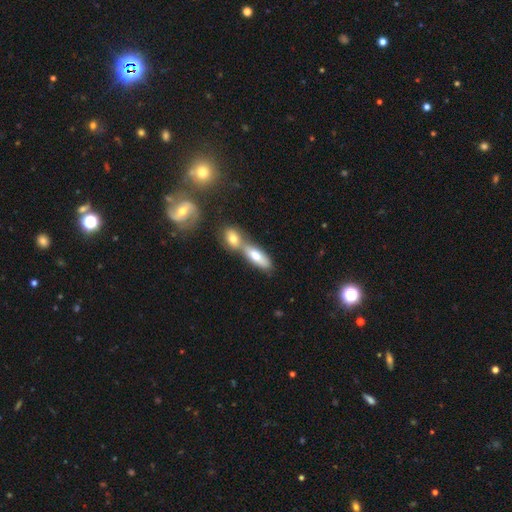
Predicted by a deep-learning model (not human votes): Smooth or featured? Predicted: smooth (p=0.67). How rounded? Predicted: in between (p=0.66). Merging? Predicted: merger (p=0.57).